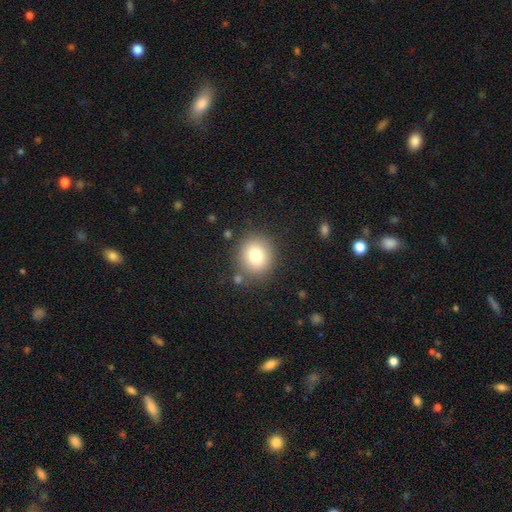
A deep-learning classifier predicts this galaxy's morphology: Smooth or featured?
  - smooth: 79% *
  - star or artifact: 11%
  - featured or disk: 10%
How rounded?
  - round: 84% *
  - in between: 15%
  - cigar-shaped: 1%
Merging?
  - none: 84% *
  - minor disturbance: 9%
  - merger: 3%
  - major disturbance: 3%